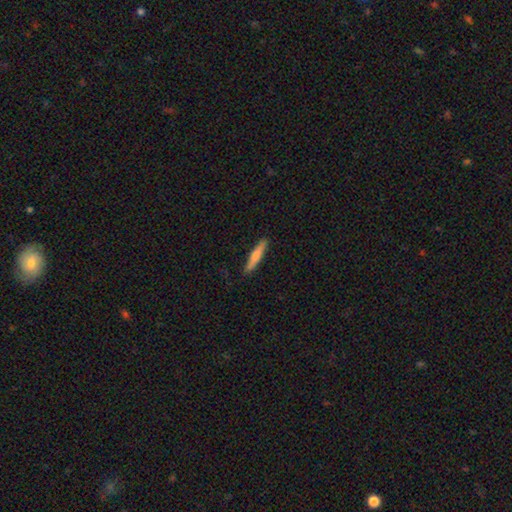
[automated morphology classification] Smooth or featured? Predicted: smooth (p=0.72). How rounded? Predicted: cigar-shaped (p=0.91). Merging? Predicted: none (p=0.87).